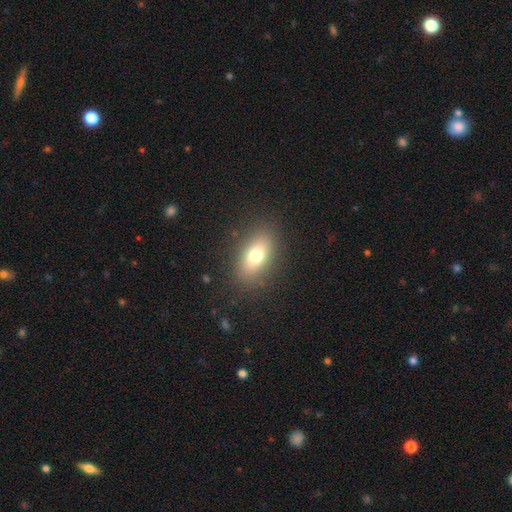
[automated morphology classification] The model was most divided on "smooth or featured": smooth: 73%, featured or disk: 16%, star or artifact: 11%. More confident: merging — none (85%); how rounded — in between (83%).